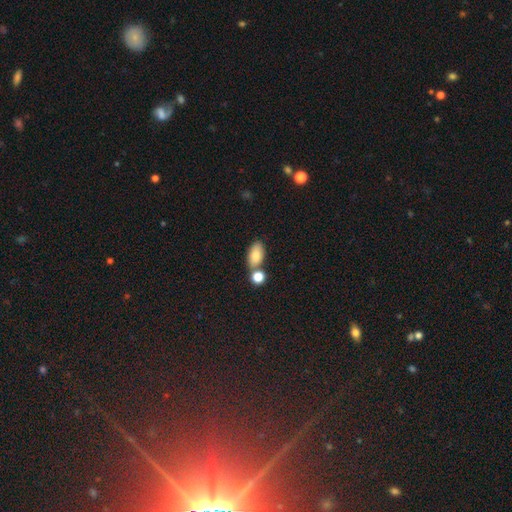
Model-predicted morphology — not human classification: Overall: smooth (81%). How rounded: in between (89%). Merging: none (59%; merger 26%).